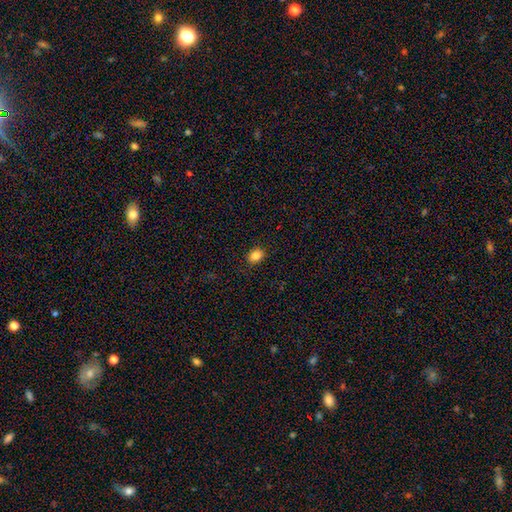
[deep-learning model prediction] Morphology: type=smooth (86%); roundness=in between (64%); merging=none (88%).